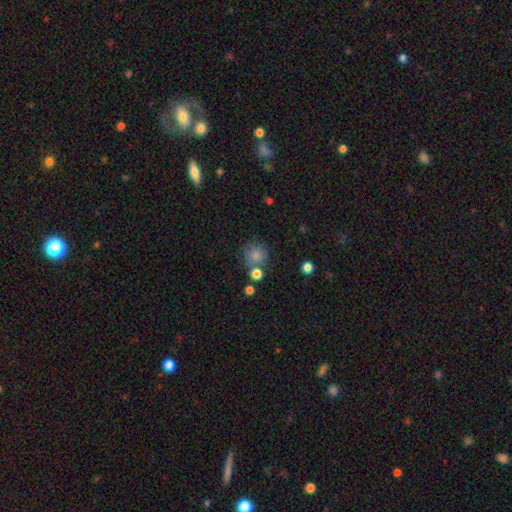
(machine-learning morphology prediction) The model was most divided on "merging": none: 63%, merger: 17%, minor disturbance: 14%, major disturbance: 6%. More confident: how rounded — round (88%); smooth or featured — smooth (81%).